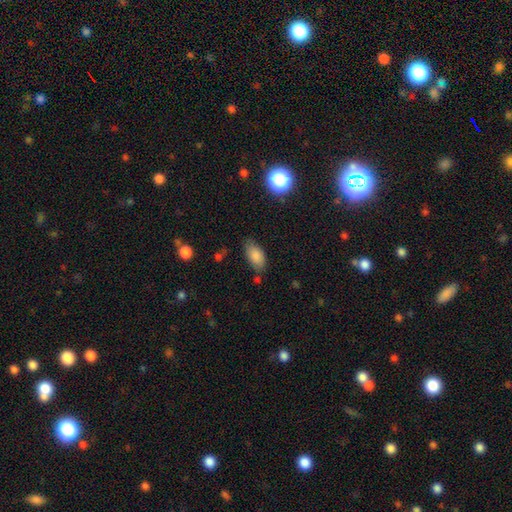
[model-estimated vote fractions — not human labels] Smooth or featured?
  - smooth: 85% *
  - star or artifact: 8%
  - featured or disk: 7%
How rounded?
  - in between: 92% *
  - round: 4%
  - cigar-shaped: 4%
Merging?
  - none: 67% *
  - minor disturbance: 23%
  - major disturbance: 5%
  - merger: 5%